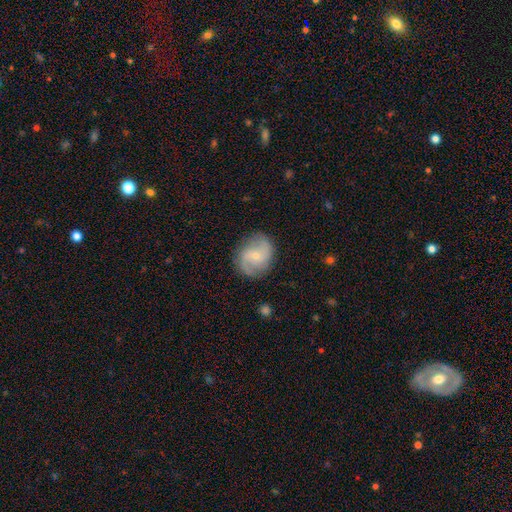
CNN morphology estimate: A featured or disk galaxy (77%) with no bar (54%), 2 (87%) medium (45%) spiral arms (95%) and a small central bulge (69%).

Vote fractions:
- Smooth or featured? featured or disk: 77% / smooth: 17% / star or artifact: 6%
- Edge-on disk? no: 98% / yes: 2%
- Bar? no: 54% / weak: 38% / strong: 9%
- Spiral arms? yes: 95% / no: 5%
- Spiral winding? medium: 45% / loose: 36% / tight: 19%
- Spiral arm count? 2: 87% / can't tell: 5% / 3: 3% / 1: 2% / 4: 1% / more than 4: 1%
- Bulge size? small: 69% / moderate: 27% / none: 2% / large: 1% / dominant: 1%
- Merging? none: 80% / minor disturbance: 14% / major disturbance: 5% / merger: 1%